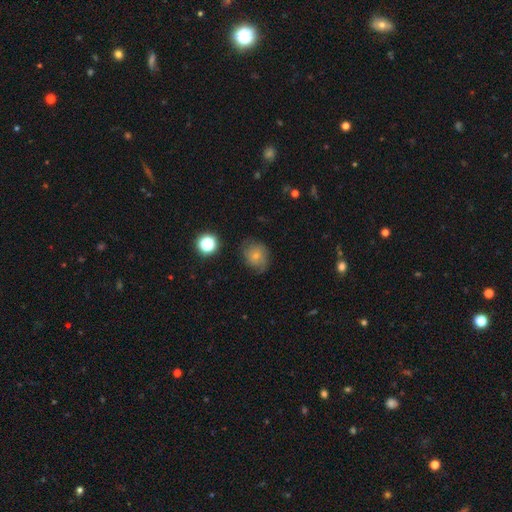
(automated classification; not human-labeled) Smooth or featured?
  - smooth: 66% *
  - featured or disk: 21%
  - star or artifact: 13%
How rounded?
  - round: 67% *
  - in between: 32%
  - cigar-shaped: 1%
Merging?
  - none: 62% *
  - minor disturbance: 27%
  - major disturbance: 9%
  - merger: 2%